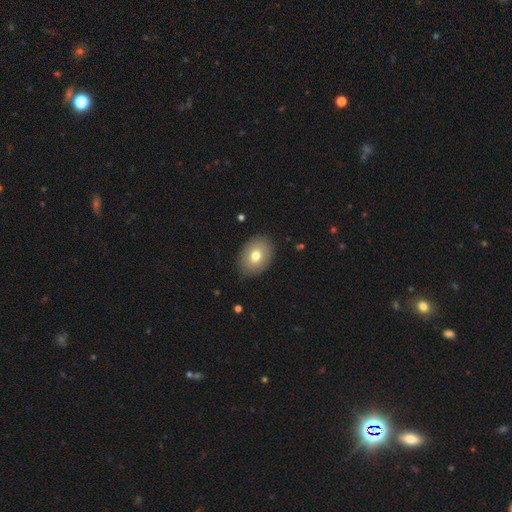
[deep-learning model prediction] Smooth or featured? smooth (74%)
How rounded? in between (75%)
Merging? none (86%)